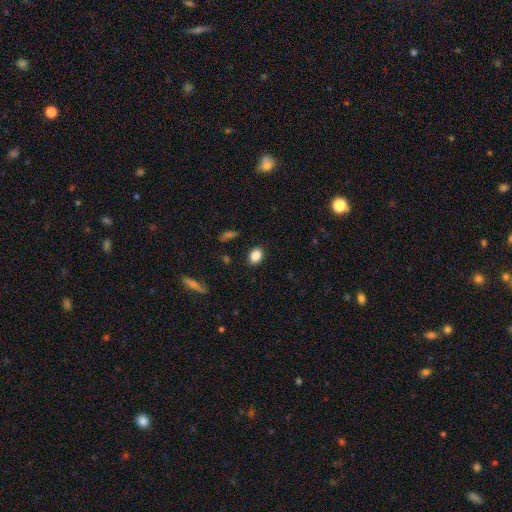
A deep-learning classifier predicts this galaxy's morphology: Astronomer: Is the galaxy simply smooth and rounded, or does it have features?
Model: smooth — 87%.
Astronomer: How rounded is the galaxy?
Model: in between — 69%.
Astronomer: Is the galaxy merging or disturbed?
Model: none — 87%.